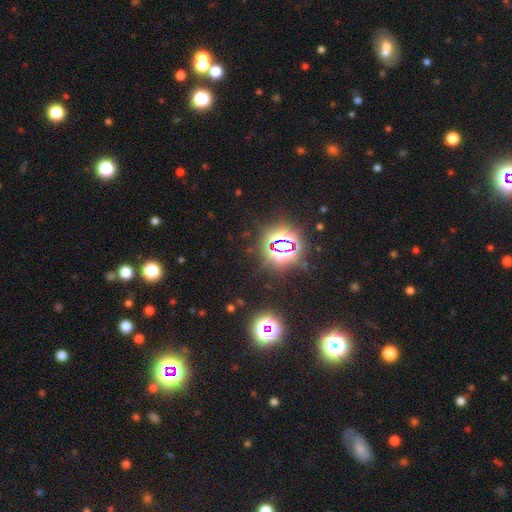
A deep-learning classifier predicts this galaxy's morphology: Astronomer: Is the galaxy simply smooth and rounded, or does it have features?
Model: star or artifact — 67%.